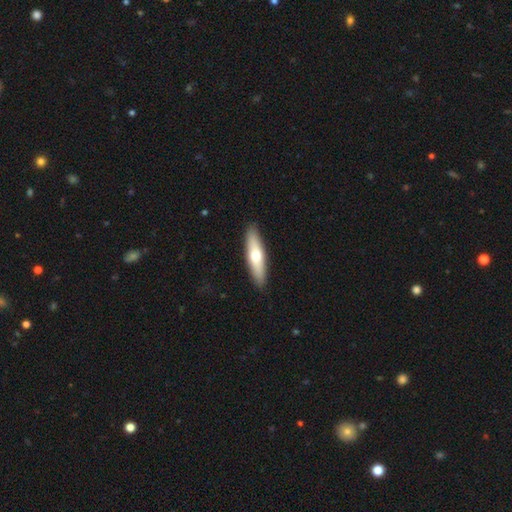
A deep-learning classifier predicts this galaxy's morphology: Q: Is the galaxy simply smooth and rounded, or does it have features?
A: smooth — 59%.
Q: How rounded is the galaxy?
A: cigar-shaped — 71%.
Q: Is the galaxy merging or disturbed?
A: none — 90%.